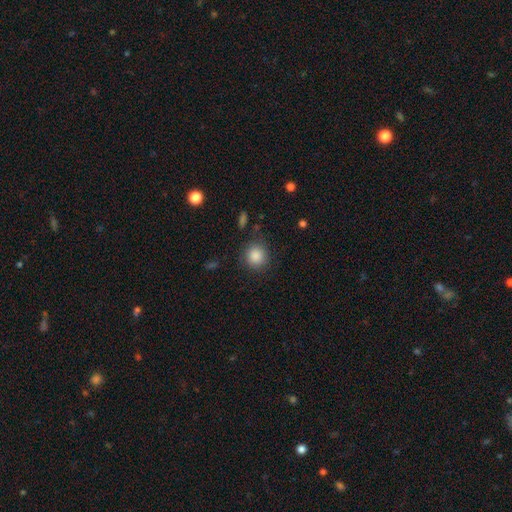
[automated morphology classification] Smooth or featured: smooth — 87% (star or artifact — 9%)
How rounded: round — 90% (in between — 9%)
Merging: none — 85% (minor disturbance — 10%)